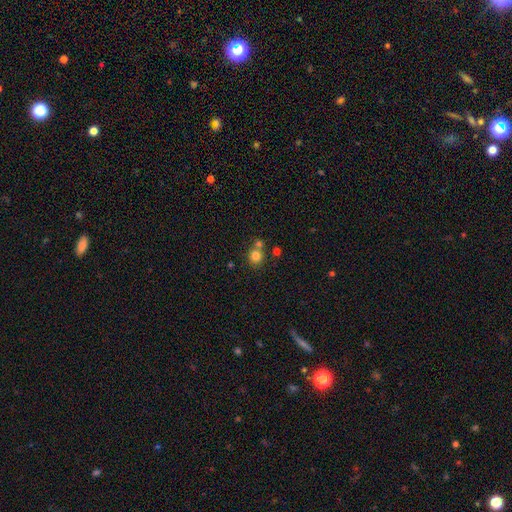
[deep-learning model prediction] smooth_or_featured: smooth (p=0.80) [alt: star or artifact p=0.12]
how_rounded: round (p=0.86) [alt: in between p=0.13]
merging: none (p=0.59) [alt: merger p=0.30]